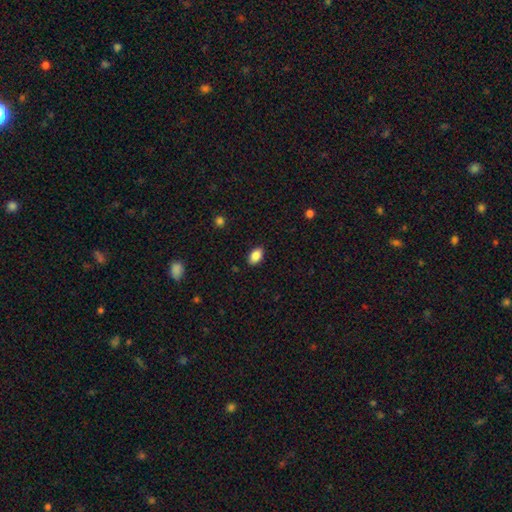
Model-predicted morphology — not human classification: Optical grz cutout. It shows a smooth galaxy with no disk features (87%) that is in between round and cigar-shaped (90%). Merging: none (88%).